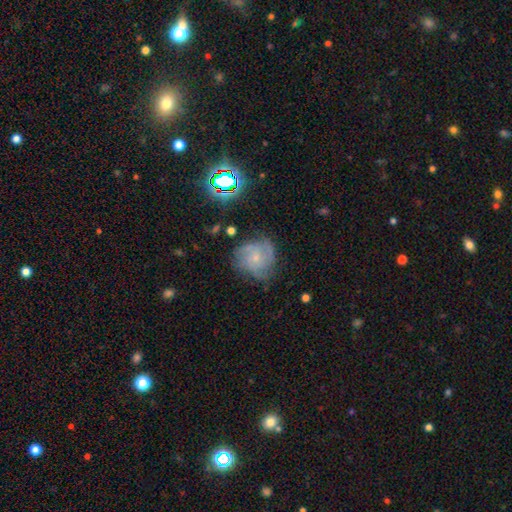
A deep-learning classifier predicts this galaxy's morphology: smooth_or_featured: featured or disk (p=0.75) [alt: smooth p=0.15]
disk_edge_on: no (p=0.98) [alt: yes p=0.02]
bar: no (p=0.76) [alt: weak p=0.20]
has_spiral_arms: yes (p=0.95) [alt: no p=0.05]
spiral_winding: tight (p=0.49) [alt: medium p=0.41]
spiral_arm_count: 3 (p=0.42) [alt: can't tell p=0.18]
bulge_size: small (p=0.72) [alt: moderate p=0.20]
merging: none (p=0.68) [alt: minor disturbance p=0.22]